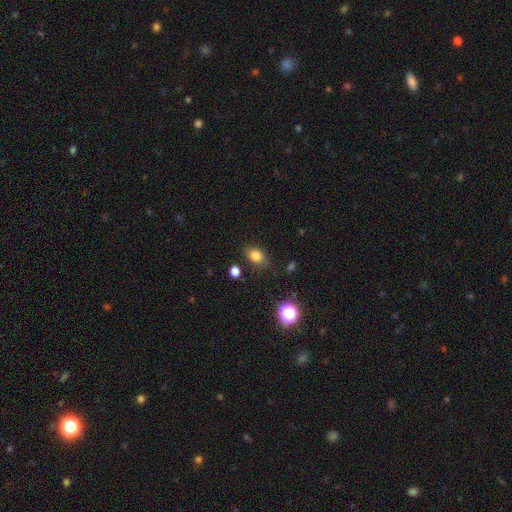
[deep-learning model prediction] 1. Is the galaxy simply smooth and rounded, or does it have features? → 80% smooth, 13% star or artifact, 7% featured or disk.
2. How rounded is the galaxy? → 63% in between, 36% round, 1% cigar-shaped.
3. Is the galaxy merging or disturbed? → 79% none, 15% minor disturbance, 4% major disturbance, 2% merger.